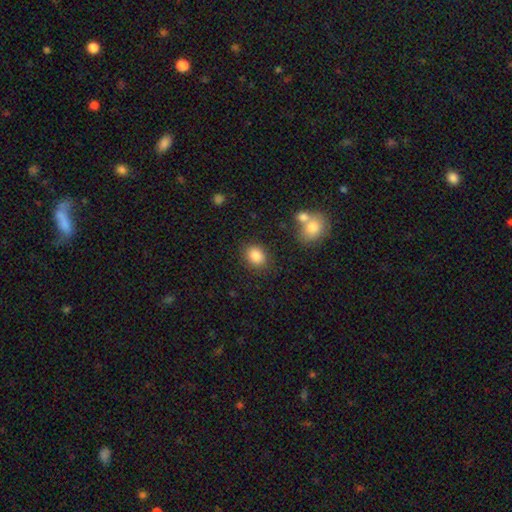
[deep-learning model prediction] smooth_or_featured: smooth (p=0.86) [alt: star or artifact p=0.09]
how_rounded: in between (p=0.58) [alt: round p=0.41]
merging: none (p=0.83) [alt: minor disturbance p=0.10]